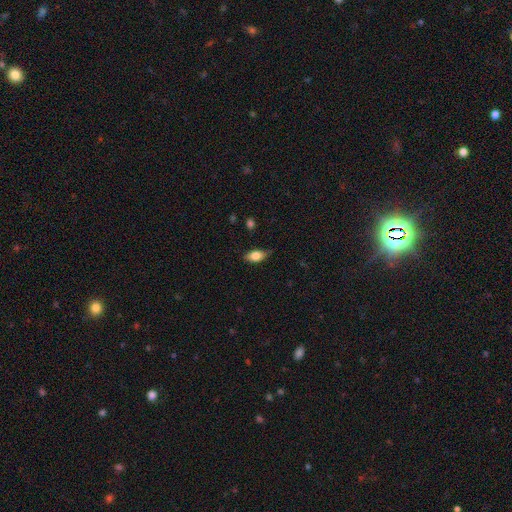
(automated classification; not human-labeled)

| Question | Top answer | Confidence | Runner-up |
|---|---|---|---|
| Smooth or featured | smooth | 79% | featured or disk (13%) |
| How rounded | in between | 87% | cigar-shaped (7%) |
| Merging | none | 75% | minor disturbance (21%) |